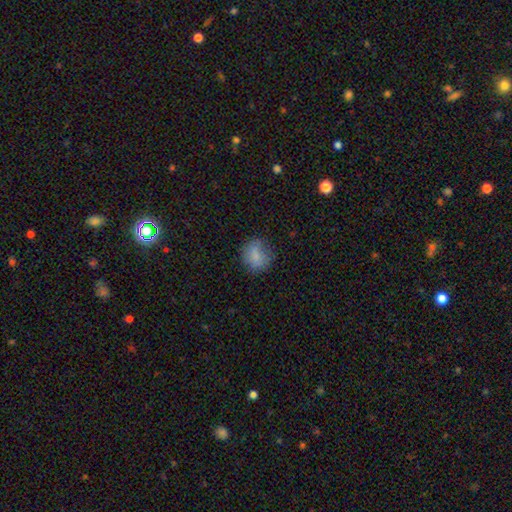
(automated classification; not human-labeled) A smooth galaxy with no disk features (80%) that is round (70%). Merging: none (71%).